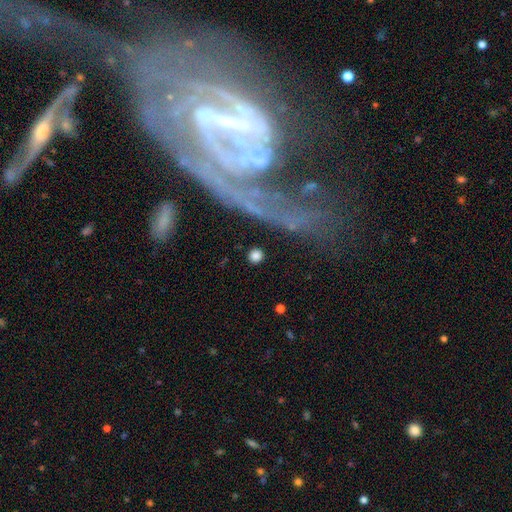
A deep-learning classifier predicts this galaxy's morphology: type=smooth (82%); roundness=round (91%); merging=none (89%).